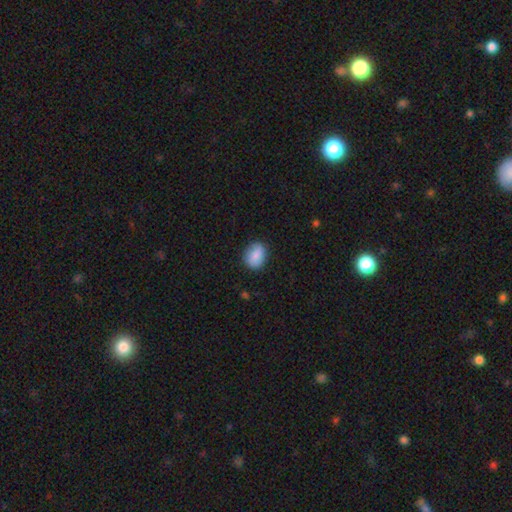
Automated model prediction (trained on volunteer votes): Morphology: type=smooth (85%); roundness=in between (57%); merging=none (80%).